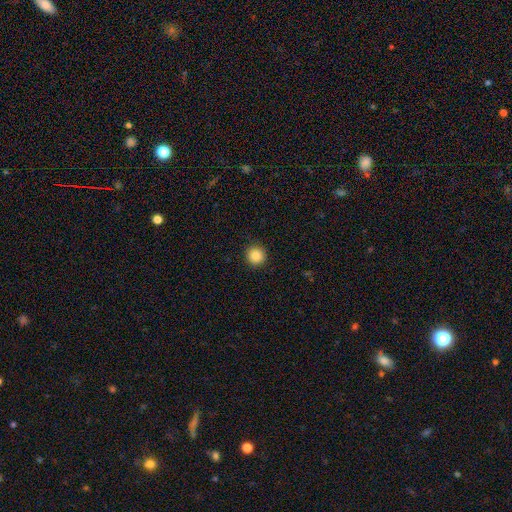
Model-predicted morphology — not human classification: smooth 87%, star or artifact 10%, featured or disk 3%. Down the decision tree: how rounded — round (94%); merging — none (92%).